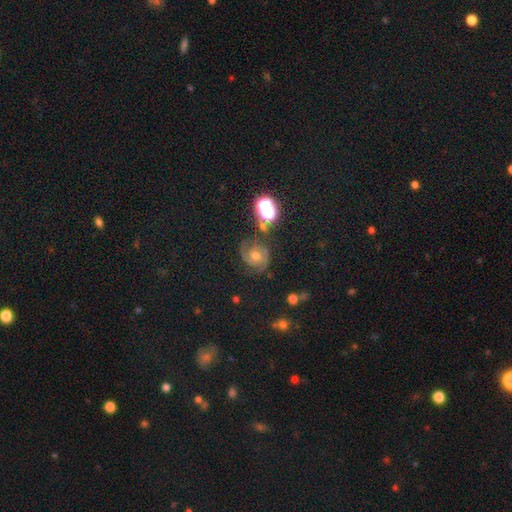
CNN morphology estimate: This appears to be a featured or disk galaxy (61%) with no bar (67%), 2 (59%) tight (46%) spiral arms (91%) and a moderate central bulge (70%). Merging: none (68%).